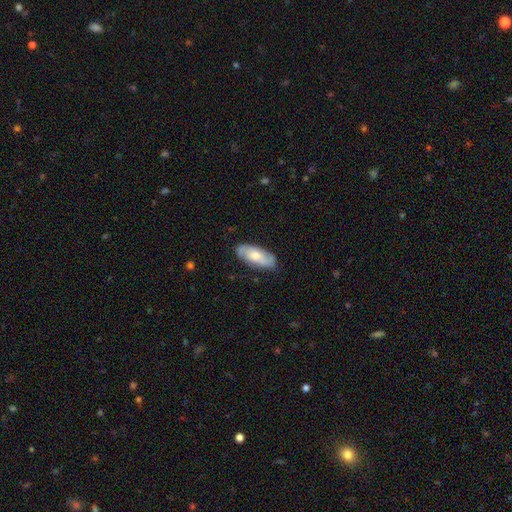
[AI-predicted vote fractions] Q: Smooth or featured?
A: smooth (52%); runner-up: featured or disk (43%)
Q: How rounded?
A: in between (82%); runner-up: cigar-shaped (16%)
Q: Merging?
A: none (81%); runner-up: minor disturbance (15%)